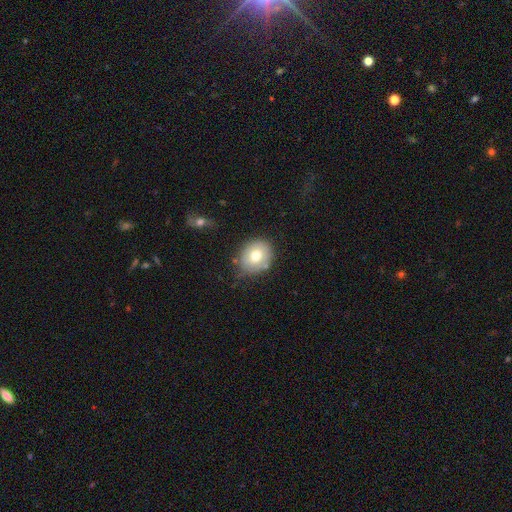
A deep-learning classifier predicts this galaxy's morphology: Smooth or featured: smooth — 72% (featured or disk — 18%)
How rounded: round — 63% (in between — 36%)
Merging: none — 73% (minor disturbance — 18%)